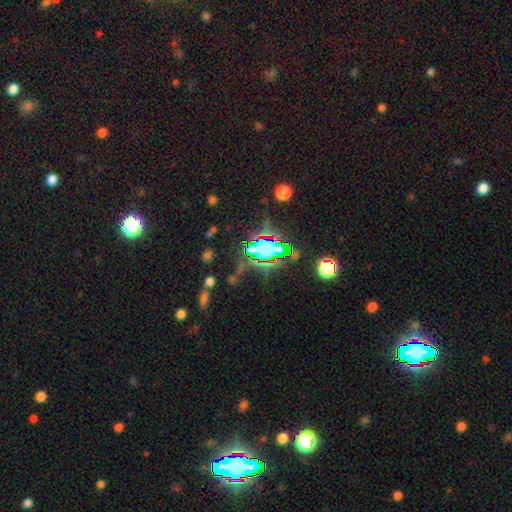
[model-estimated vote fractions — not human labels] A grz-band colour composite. It shows a star or artifact, not a galaxy (72%).